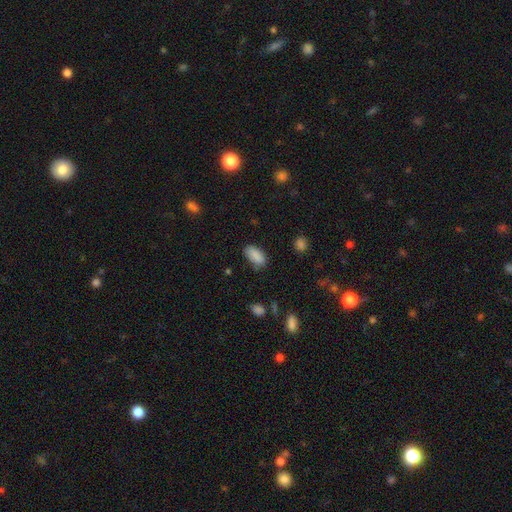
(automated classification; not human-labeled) A smooth galaxy with no disk features (88%) that is in between round and cigar-shaped (91%). Merging: none (78%).